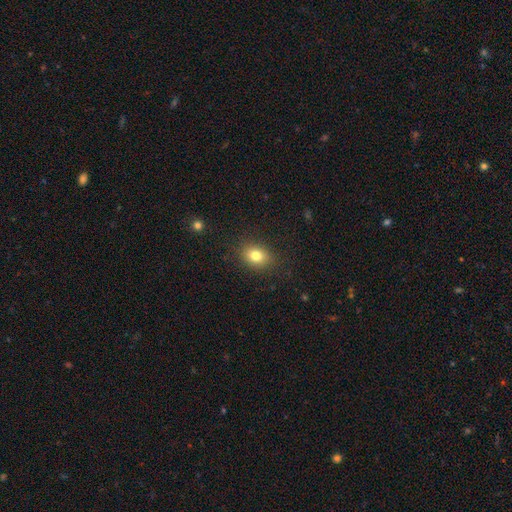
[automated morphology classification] Smooth or featured? Predicted: smooth (p=0.80). How rounded? Predicted: in between (p=0.59). Merging? Predicted: none (p=0.86).